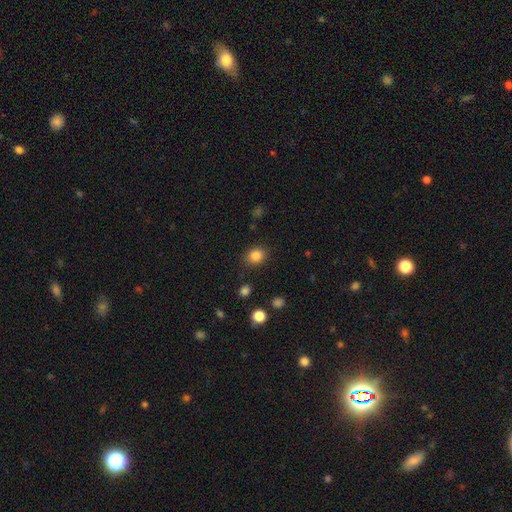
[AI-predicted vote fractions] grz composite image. It shows a smooth galaxy with no disk features (84%) that is round (64%). Merging: none (86%).